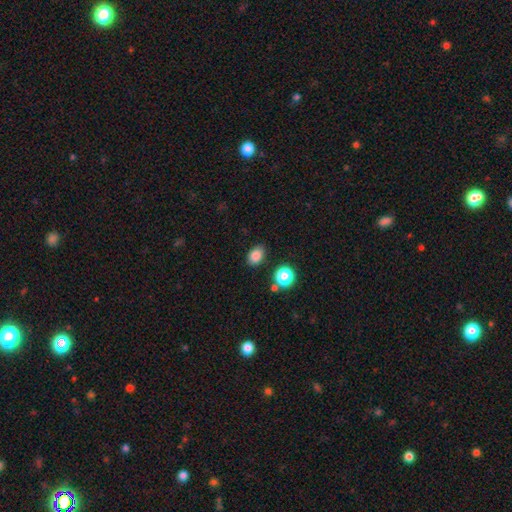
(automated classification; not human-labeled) Smooth or featured: smooth — 84% (star or artifact — 11%)
How rounded: in between — 77% (round — 22%)
Merging: none — 82% (minor disturbance — 11%)